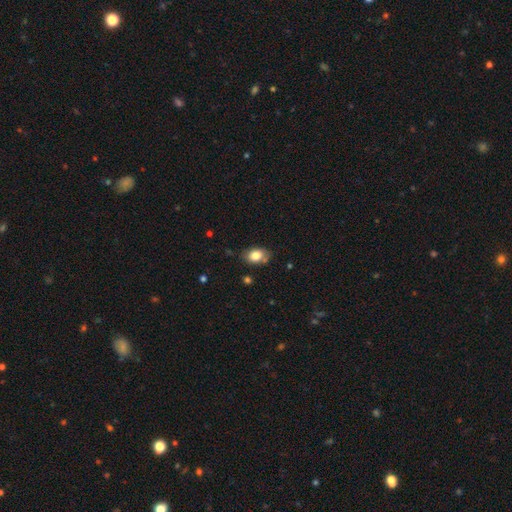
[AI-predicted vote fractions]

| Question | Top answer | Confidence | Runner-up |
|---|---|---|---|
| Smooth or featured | smooth | 81% | featured or disk (10%) |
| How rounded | in between | 80% | round (19%) |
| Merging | none | 76% | minor disturbance (17%) |